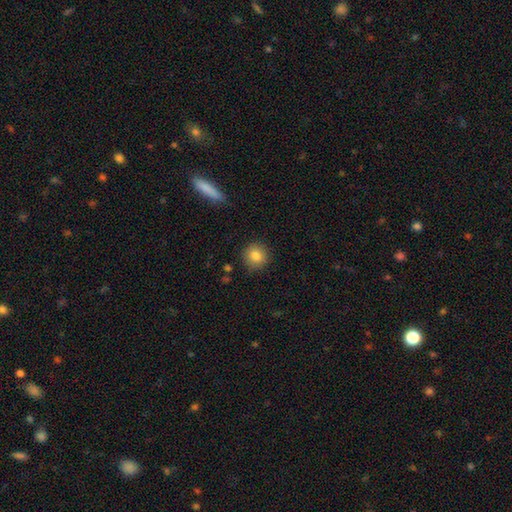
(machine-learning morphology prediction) Smooth or featured?
  - smooth: 83% *
  - star or artifact: 10%
  - featured or disk: 7%
How rounded?
  - round: 92% *
  - in between: 7%
  - cigar-shaped: 1%
Merging?
  - none: 88% *
  - minor disturbance: 8%
  - major disturbance: 2%
  - merger: 1%